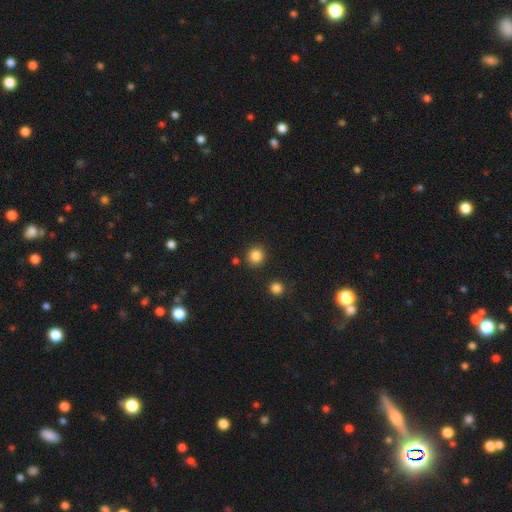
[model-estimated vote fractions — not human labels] Q: Smooth or featured?
A: smooth (85%); runner-up: star or artifact (11%)
Q: How rounded?
A: round (87%); runner-up: in between (12%)
Q: Merging?
A: none (86%); runner-up: minor disturbance (8%)